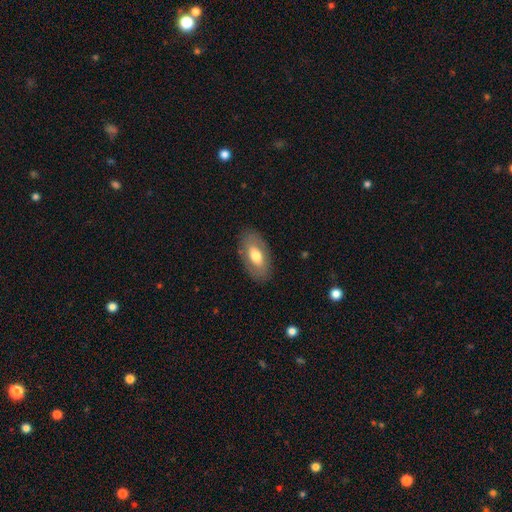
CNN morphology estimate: A smooth galaxy with no disk features (62%) that is in between round and cigar-shaped (92%). Merging: none (84%).